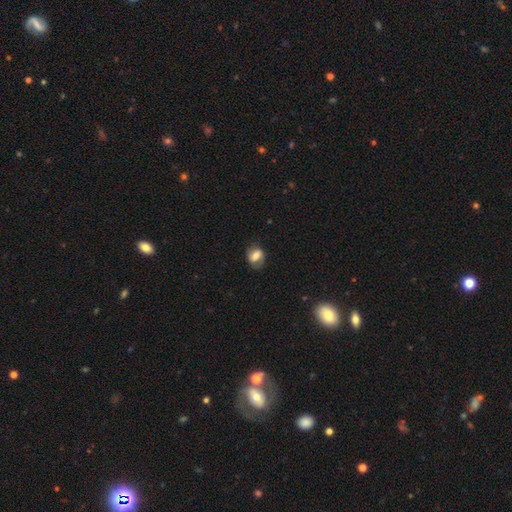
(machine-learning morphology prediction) smooth-or-featured: smooth: 65% | featured or disk: 27% | star or artifact: 9%
  how-rounded: in between: 61% | round: 37% | cigar-shaped: 2%
  merging: none: 71% | minor disturbance: 20% | major disturbance: 7% | merger: 1%